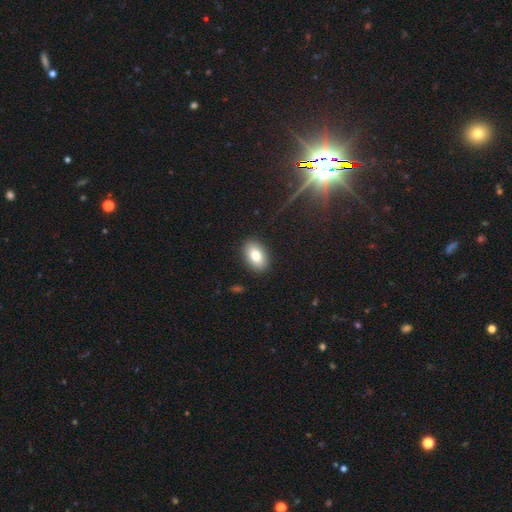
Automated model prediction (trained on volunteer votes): Overall: smooth (80%). How rounded: in between (90%). Merging: none (88%).